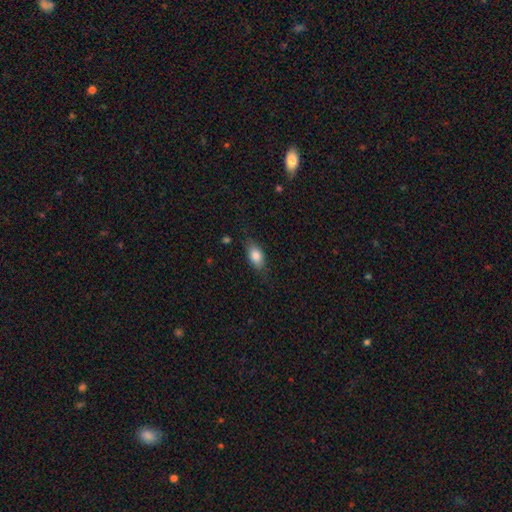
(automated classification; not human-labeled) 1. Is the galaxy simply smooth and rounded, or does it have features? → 80% smooth, 12% featured or disk, 7% star or artifact.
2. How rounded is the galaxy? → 85% in between, 8% cigar-shaped, 6% round.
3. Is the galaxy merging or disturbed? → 76% none, 18% minor disturbance, 5% major disturbance, 1% merger.